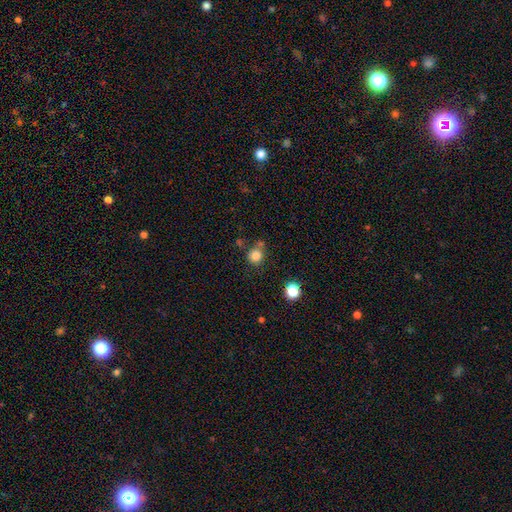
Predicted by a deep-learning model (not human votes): A smooth galaxy with no disk features (82%) that is round (89%).

Vote fractions:
- Smooth or featured? smooth: 82% / star or artifact: 12% / featured or disk: 6%
- How rounded? round: 89% / in between: 10% / cigar-shaped: 1%
- Merging? none: 67% / merger: 14% / minor disturbance: 14% / major disturbance: 5%